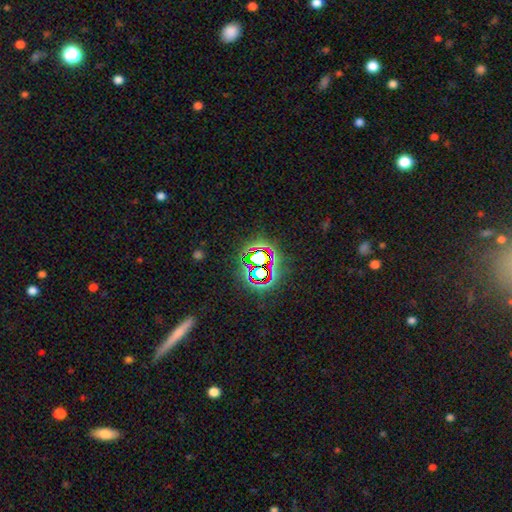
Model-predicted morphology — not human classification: This is likely a star or artifact rather than a galaxy (75%).